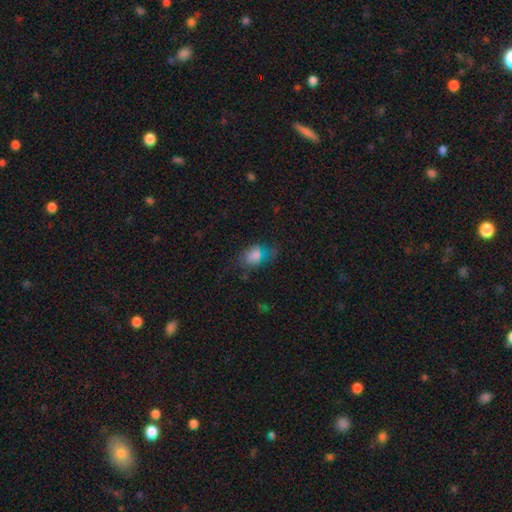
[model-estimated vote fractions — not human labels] smooth_or_featured: smooth (p=0.74) [alt: featured or disk p=0.13]
how_rounded: in between (p=0.82) [alt: round p=0.16]
merging: none (p=0.49) [alt: minor disturbance p=0.28]